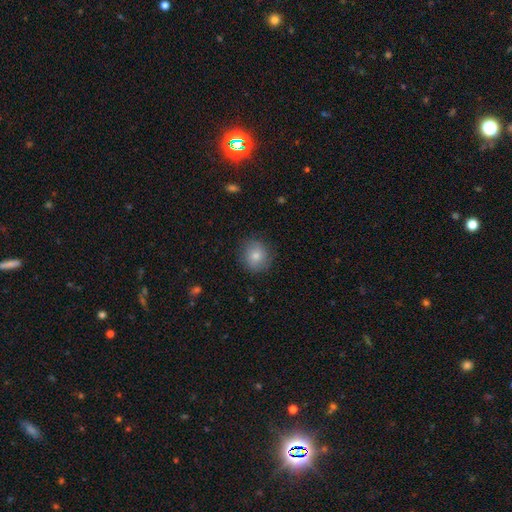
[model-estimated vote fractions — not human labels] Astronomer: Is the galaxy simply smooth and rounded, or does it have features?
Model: smooth — 71%.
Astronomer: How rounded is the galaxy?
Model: round — 84%.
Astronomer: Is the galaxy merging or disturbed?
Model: none — 84%.